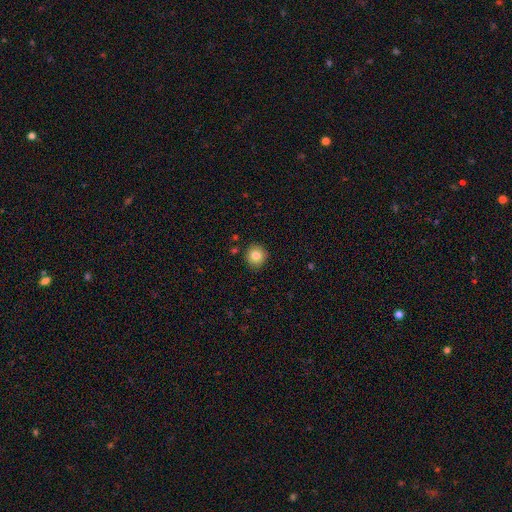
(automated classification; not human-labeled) Overall: smooth (82%). How rounded: round (91%). Merging: none (90%).